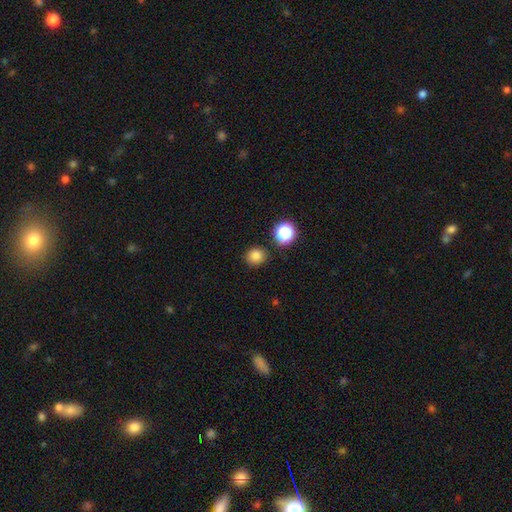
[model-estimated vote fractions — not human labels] This is clearly a smooth galaxy (82%). How rounded: clearly round (87%). Merging: clearly none (86%).